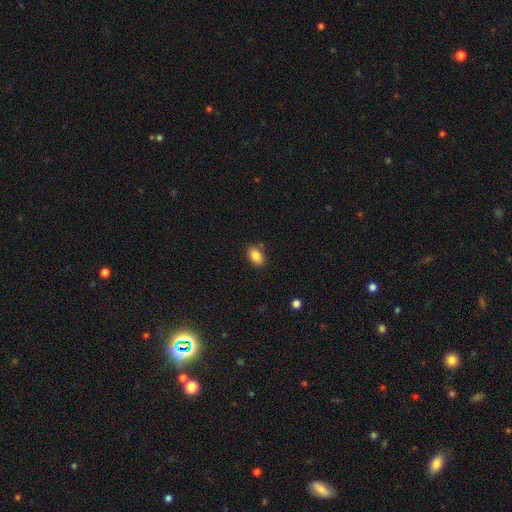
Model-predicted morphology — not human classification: smooth_or_featured: smooth (p=0.85) [alt: star or artifact p=0.08]
how_rounded: in between (p=0.89) [alt: round p=0.09]
merging: none (p=0.84) [alt: minor disturbance p=0.11]